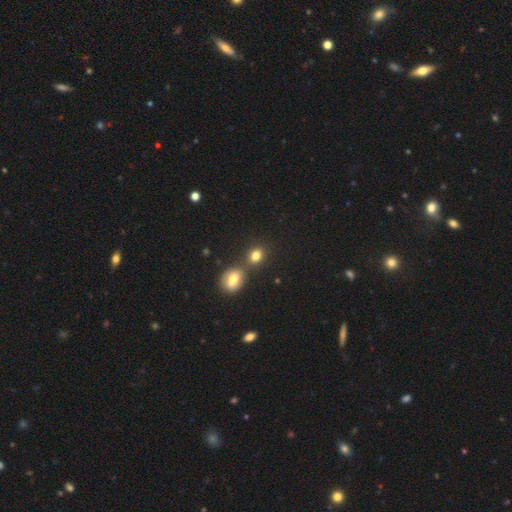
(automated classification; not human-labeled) A smooth galaxy with no disk features (80%) that is round (60%). Merging: none (60%).